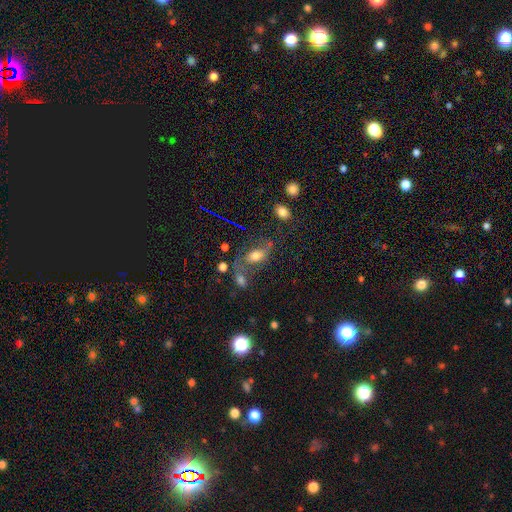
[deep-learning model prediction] Smooth or featured? smooth (50%)
How rounded? in between (81%)
Merging? none (42%)